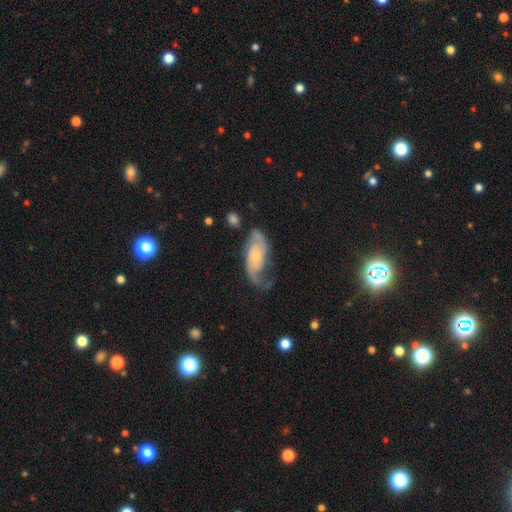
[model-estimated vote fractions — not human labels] featured or disk 75%, smooth 19%, star or artifact 6%. Down the decision tree: edge-on disk — no (93%); bar — no (65%); spiral arms — yes (92%); spiral arm count — 2 (81%); spiral winding — medium (41%); bulge size — small (56%); merging — none (52%).